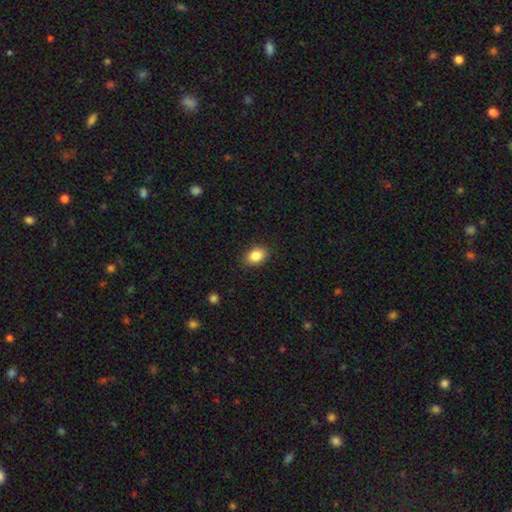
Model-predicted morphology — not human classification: smooth-or-featured: smooth: 86% | star or artifact: 9% | featured or disk: 6%
  how-rounded: in between: 76% | round: 22% | cigar-shaped: 1%
  merging: none: 87% | minor disturbance: 10% | major disturbance: 2% | merger: 1%